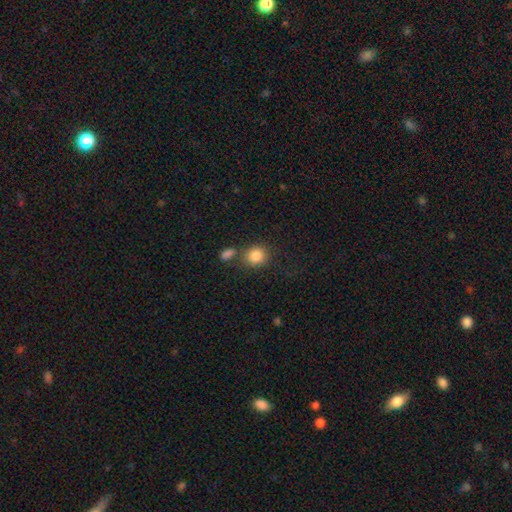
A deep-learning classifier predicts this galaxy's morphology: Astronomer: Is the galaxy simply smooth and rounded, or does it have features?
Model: smooth — 85%.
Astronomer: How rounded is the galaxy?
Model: round — 79%.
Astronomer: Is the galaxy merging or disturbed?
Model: none — 67%.